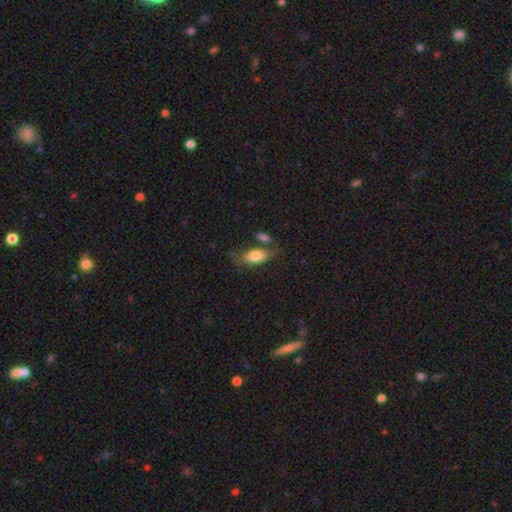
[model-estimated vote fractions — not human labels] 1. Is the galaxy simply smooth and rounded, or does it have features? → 78% smooth, 15% featured or disk, 7% star or artifact.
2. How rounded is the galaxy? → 87% in between, 8% cigar-shaped, 5% round.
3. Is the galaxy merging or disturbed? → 56% none, 21% minor disturbance, 16% merger, 8% major disturbance.